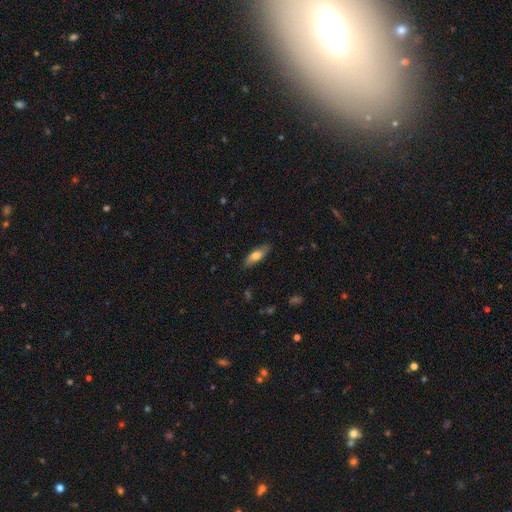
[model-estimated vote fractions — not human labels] smooth 68%, featured or disk 26%, star or artifact 6%. Down the decision tree: how rounded — in between (62%); merging — none (83%).